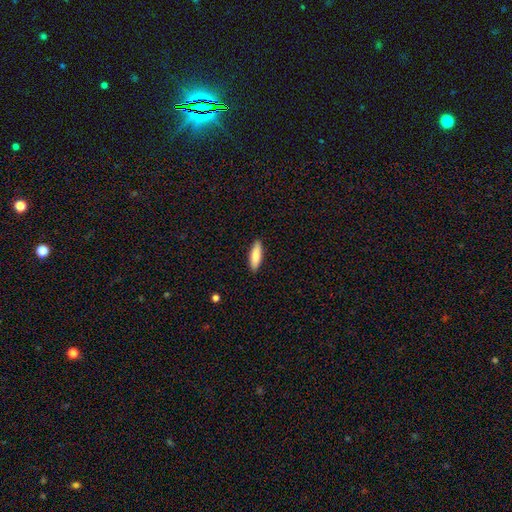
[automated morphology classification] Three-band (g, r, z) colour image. It shows a smooth galaxy with no disk features (85%) that is cigar-shaped (58%). Merging: none (90%).